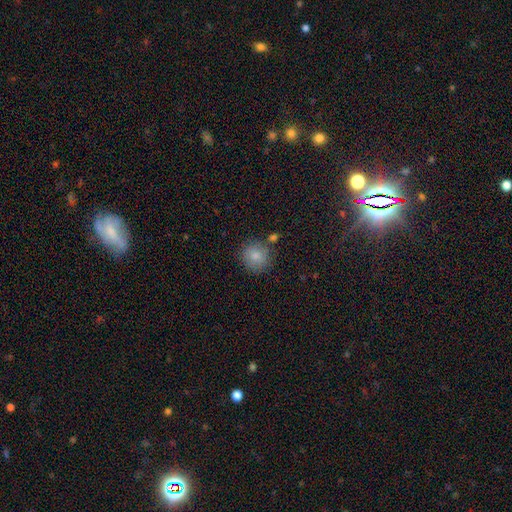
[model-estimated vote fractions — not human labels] smooth-or-featured: smooth: 84% | star or artifact: 8% | featured or disk: 8%
  how-rounded: round: 89% | in between: 10% | cigar-shaped: 1%
  merging: none: 76% | minor disturbance: 13% | merger: 7% | major disturbance: 4%